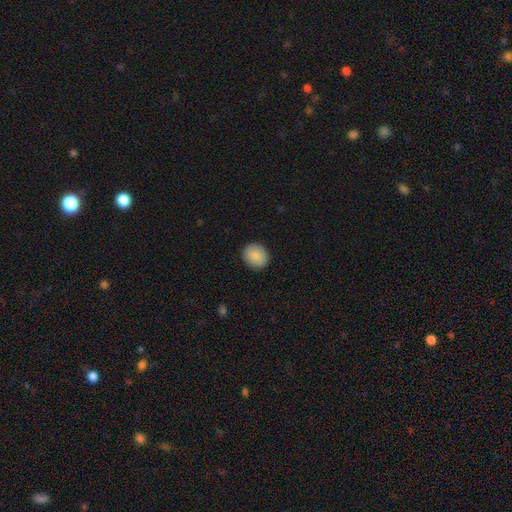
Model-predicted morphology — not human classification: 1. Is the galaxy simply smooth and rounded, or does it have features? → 89% smooth, 7% star or artifact, 4% featured or disk.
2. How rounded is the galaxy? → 77% round, 22% in between, 1% cigar-shaped.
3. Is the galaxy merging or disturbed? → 91% none, 7% minor disturbance, 2% major disturbance, 1% merger.